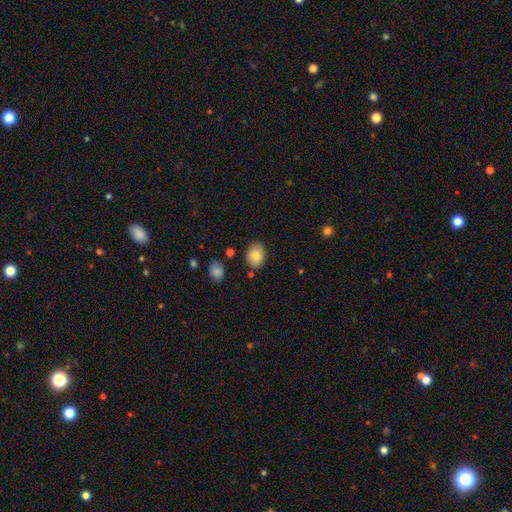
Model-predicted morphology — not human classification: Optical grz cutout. It shows a smooth galaxy with no disk features (83%) that is in between round and cigar-shaped (65%). Merging: none (81%).